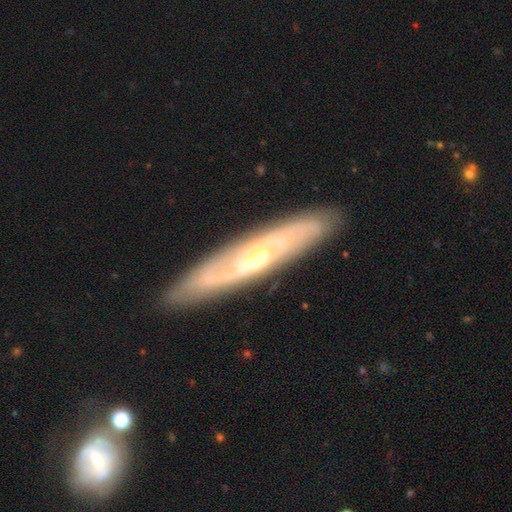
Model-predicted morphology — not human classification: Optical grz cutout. It shows a featured or disk galaxy (78%) with no bar (52%), spiral arms (85%) and a moderate central bulge (48%). Merging: none (86%).